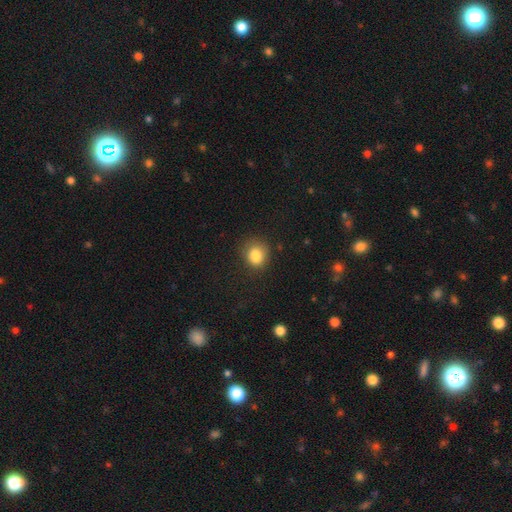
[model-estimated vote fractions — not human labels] A smooth galaxy with no disk features (84%) that is round (73%).

Vote fractions:
- Smooth or featured? smooth: 84% / star or artifact: 10% / featured or disk: 6%
- How rounded? round: 73% / in between: 26% / cigar-shaped: 1%
- Merging? none: 78% / minor disturbance: 15% / major disturbance: 5% / merger: 1%